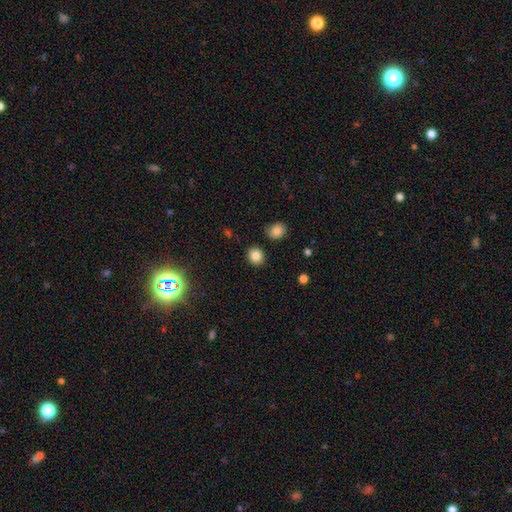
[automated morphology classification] smooth-or-featured: smooth: 85% | star or artifact: 11% | featured or disk: 4%
  how-rounded: round: 82% | in between: 17% | cigar-shaped: 1%
  merging: none: 88% | minor disturbance: 7% | merger: 3% | major disturbance: 2%